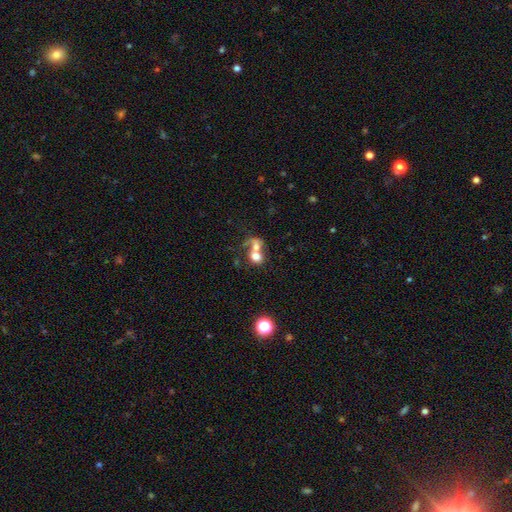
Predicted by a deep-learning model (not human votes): Smooth or featured: smooth — 66% (featured or disk — 22%)
How rounded: round — 58% (in between — 40%)
Merging: merger — 67% (none — 19%)